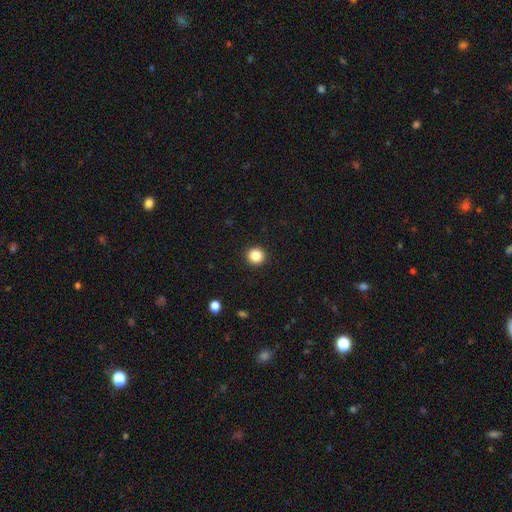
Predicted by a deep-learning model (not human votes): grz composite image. It shows a smooth galaxy with no disk features (86%) that is round (94%). Merging: none (93%).